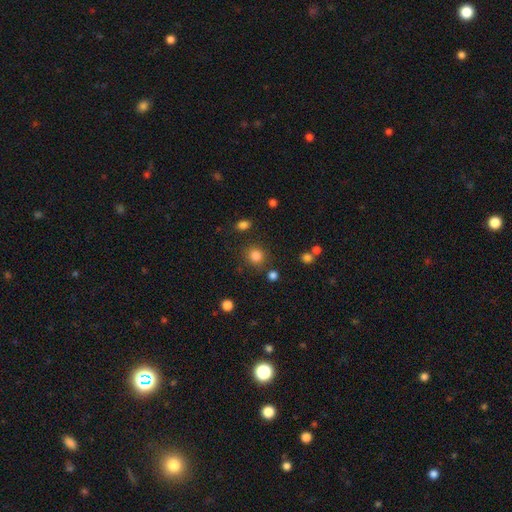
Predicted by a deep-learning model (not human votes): Smooth or featured?
  - smooth: 83% *
  - star or artifact: 12%
  - featured or disk: 5%
How rounded?
  - round: 87% *
  - in between: 12%
  - cigar-shaped: 1%
Merging?
  - none: 84% *
  - minor disturbance: 9%
  - merger: 4%
  - major disturbance: 3%